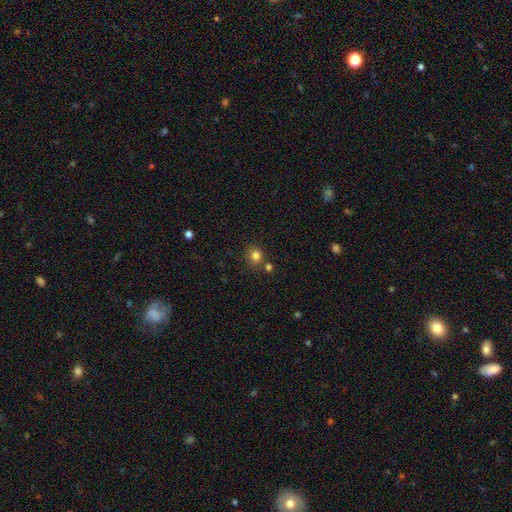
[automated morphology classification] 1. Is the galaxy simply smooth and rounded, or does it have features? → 81% smooth, 14% star or artifact, 6% featured or disk.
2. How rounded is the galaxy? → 83% round, 16% in between, 1% cigar-shaped.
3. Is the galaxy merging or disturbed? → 73% none, 12% merger, 11% minor disturbance, 3% major disturbance.